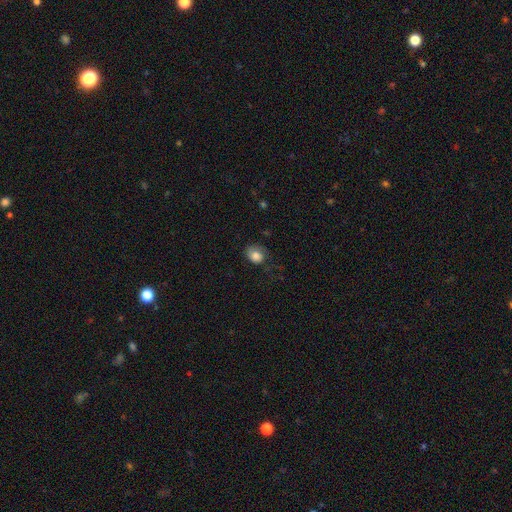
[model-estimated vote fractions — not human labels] Morphology: type=smooth (79%); roundness=round (51%); merging=none (50%).